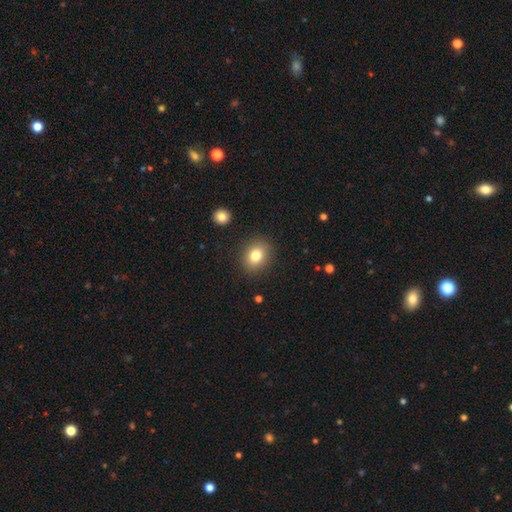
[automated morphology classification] Smooth or featured: smooth — 79% (star or artifact — 11%)
How rounded: round — 57% (in between — 42%)
Merging: none — 88% (minor disturbance — 8%)